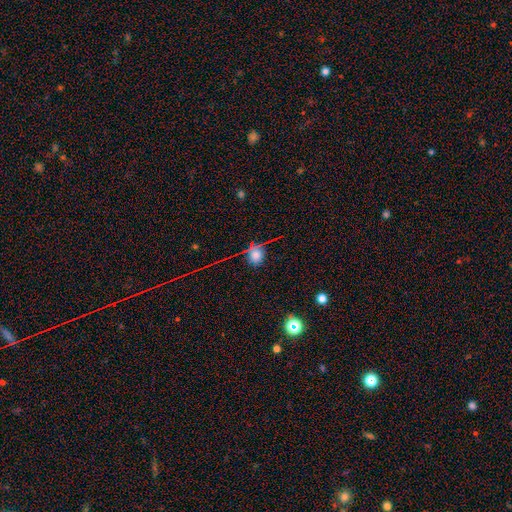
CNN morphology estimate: This is likely a smooth galaxy (65%). How rounded: likely round (70%). Merging: likely none (68%).